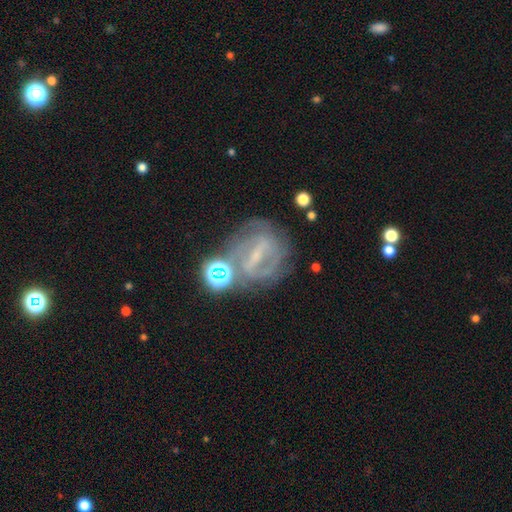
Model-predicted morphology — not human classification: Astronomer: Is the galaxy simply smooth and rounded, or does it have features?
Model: featured or disk — 70%.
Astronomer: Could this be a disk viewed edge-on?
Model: no — 93%.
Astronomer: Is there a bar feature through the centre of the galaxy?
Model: strong — 53% (runner-up: weak, 34%).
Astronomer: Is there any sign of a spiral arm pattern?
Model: yes — 69%.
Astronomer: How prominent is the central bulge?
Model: small — 54%.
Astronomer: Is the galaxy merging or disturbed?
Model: none — 53%.